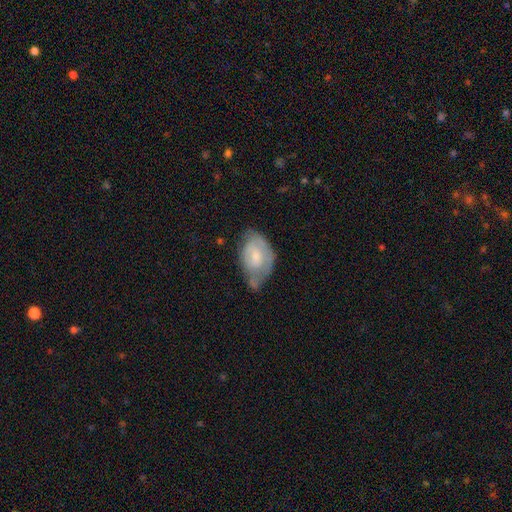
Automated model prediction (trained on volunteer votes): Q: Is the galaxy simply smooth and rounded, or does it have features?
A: featured or disk — 53%.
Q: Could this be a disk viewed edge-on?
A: no — 95%.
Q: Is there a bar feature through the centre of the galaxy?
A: no — 64%.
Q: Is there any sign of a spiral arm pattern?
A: yes — 60%.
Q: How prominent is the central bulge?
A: small — 50%.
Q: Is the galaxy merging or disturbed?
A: minor disturbance — 39%.